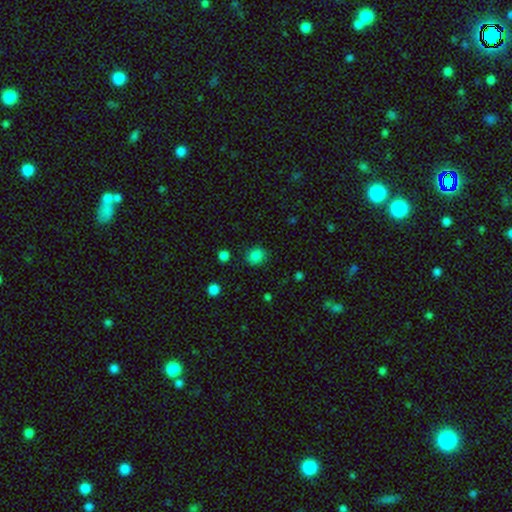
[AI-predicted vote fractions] smooth_or_featured: smooth (p=0.85) [alt: star or artifact p=0.11]
how_rounded: round (p=0.83) [alt: in between p=0.17]
merging: none (p=0.86) [alt: minor disturbance p=0.09]